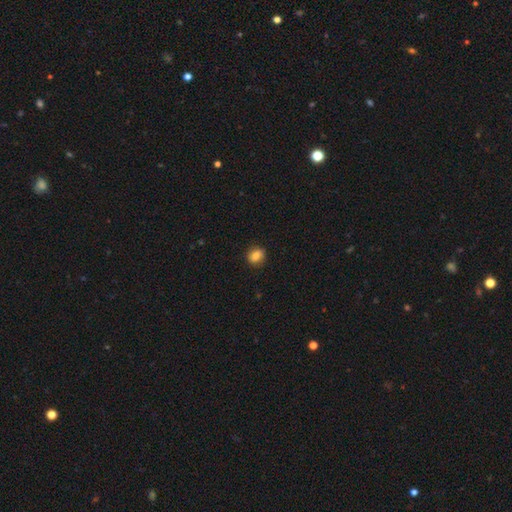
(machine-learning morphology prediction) The model was most divided on "how rounded": round: 65%, in between: 33%, cigar-shaped: 1%. More confident: merging — none (85%); smooth or featured — smooth (82%).